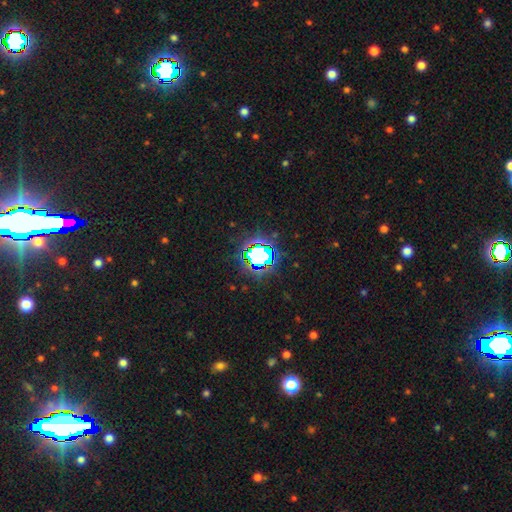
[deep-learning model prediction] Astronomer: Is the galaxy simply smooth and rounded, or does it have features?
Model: star or artifact — 66%.